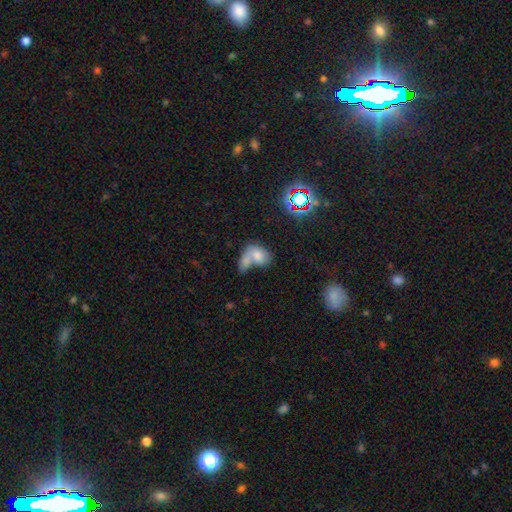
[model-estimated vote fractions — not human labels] smooth 70%, featured or disk 16%, star or artifact 14%. Down the decision tree: how rounded — in between (73%); merging — merger (66%).